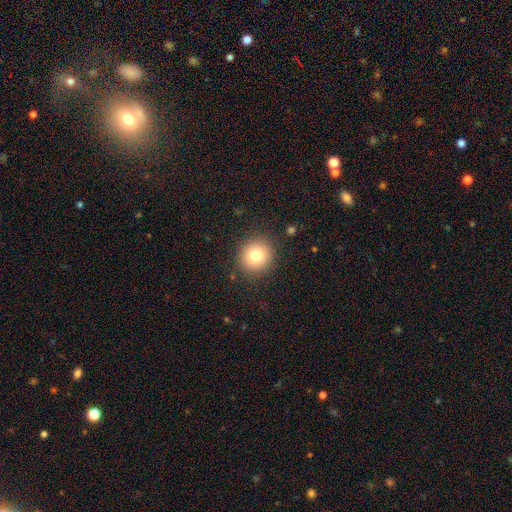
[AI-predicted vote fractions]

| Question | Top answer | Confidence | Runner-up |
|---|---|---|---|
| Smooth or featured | smooth | 79% | star or artifact (11%) |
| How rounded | round | 88% | in between (11%) |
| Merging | none | 89% | minor disturbance (7%) |